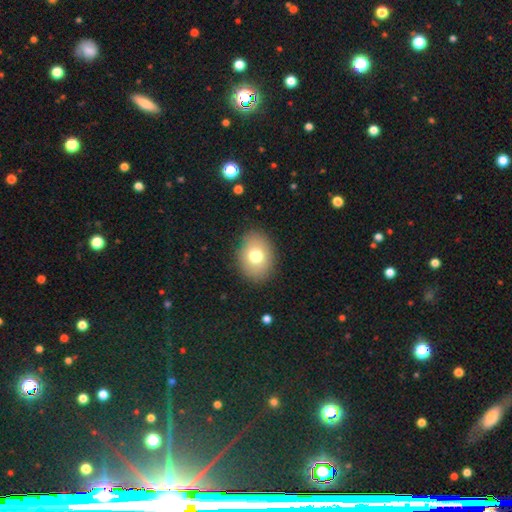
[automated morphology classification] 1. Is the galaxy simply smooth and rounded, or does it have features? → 75% smooth, 15% featured or disk, 10% star or artifact.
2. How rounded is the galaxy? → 64% in between, 35% round, 1% cigar-shaped.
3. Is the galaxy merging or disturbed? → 87% none, 9% minor disturbance, 3% major disturbance, 1% merger.